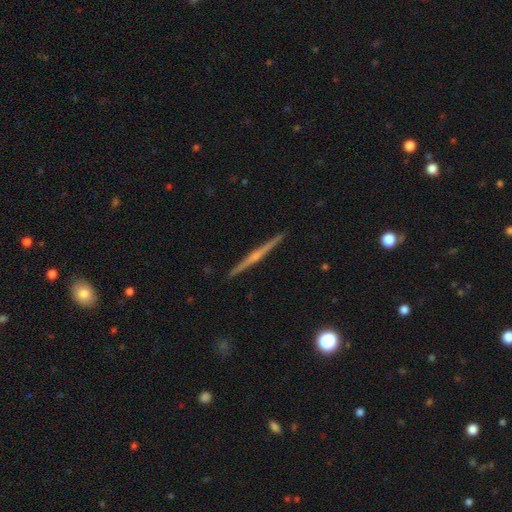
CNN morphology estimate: Overall: featured or disk (82%). Edge-on disk: yes (99%). Edge-on bulge: rounded (79%). Merging: none (93%).